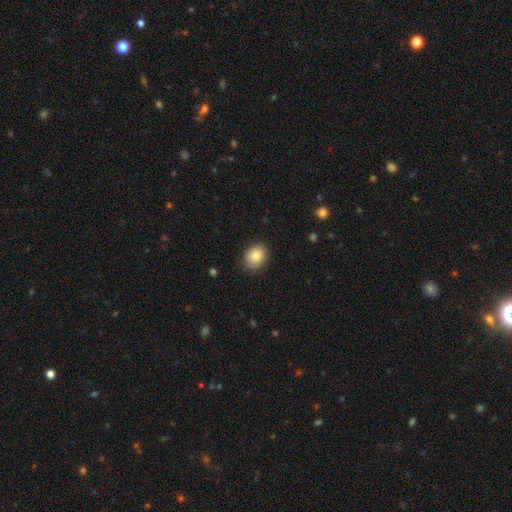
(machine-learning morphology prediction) Smooth or featured: smooth — 83% (featured or disk — 9%)
How rounded: in between — 50% (round — 49%)
Merging: none — 85% (minor disturbance — 12%)